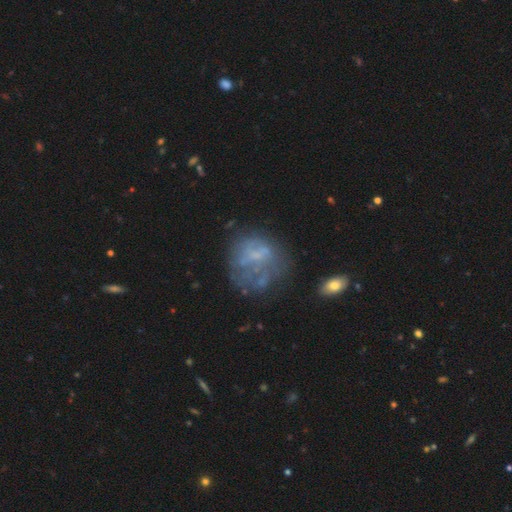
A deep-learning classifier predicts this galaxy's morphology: type=featured or disk (52%); edge-on=no (97%); bar=no (77%); spiral arms=no (84%); bulge=none (51%); merging=none (47%).